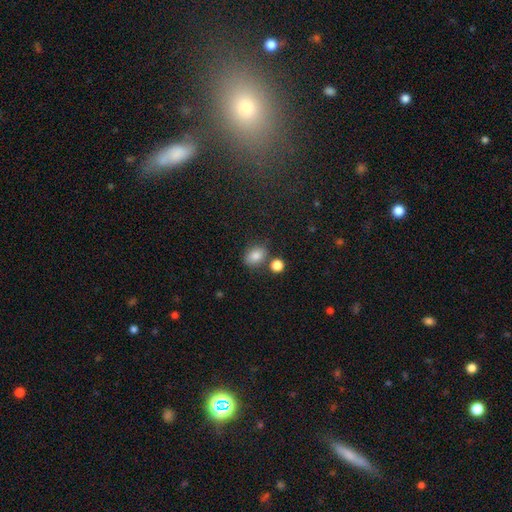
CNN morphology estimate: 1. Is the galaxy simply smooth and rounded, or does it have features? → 82% smooth, 11% star or artifact, 7% featured or disk.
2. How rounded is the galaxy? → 62% in between, 37% round, 1% cigar-shaped.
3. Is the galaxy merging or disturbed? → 69% none, 14% minor disturbance, 12% merger, 4% major disturbance.